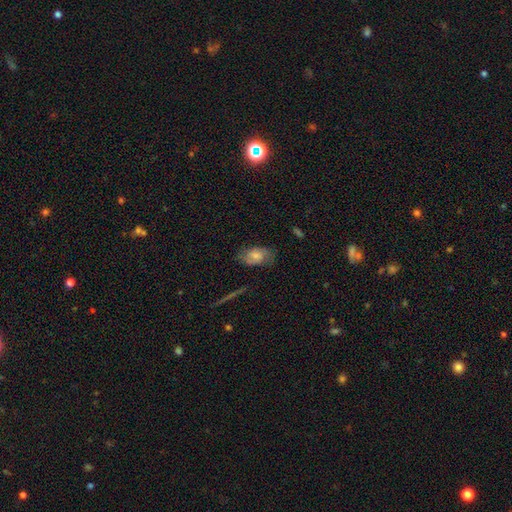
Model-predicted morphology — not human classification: Smooth or featured? smooth (52%)
How rounded? in between (88%)
Merging? none (68%)